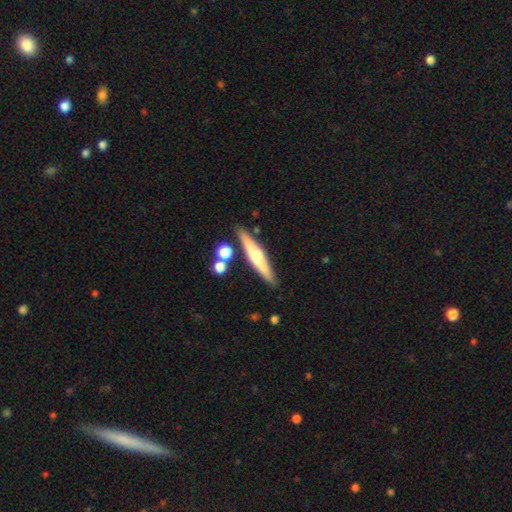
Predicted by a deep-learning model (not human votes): This is possibly a featured or disk galaxy (60%). It is clearly viewed edge-on (96%). Edge-on bulge: clearly rounded (90%). Merging: clearly none (84%).